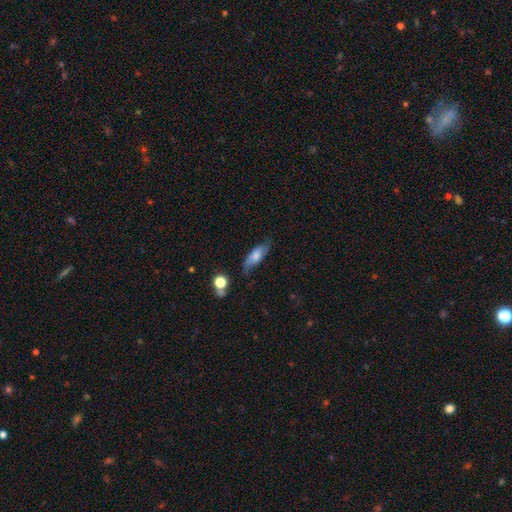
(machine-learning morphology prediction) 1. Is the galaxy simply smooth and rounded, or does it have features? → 57% smooth, 35% featured or disk, 8% star or artifact.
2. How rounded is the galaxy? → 70% in between, 26% cigar-shaped, 4% round.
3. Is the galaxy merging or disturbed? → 62% none, 26% minor disturbance, 8% major disturbance, 3% merger.